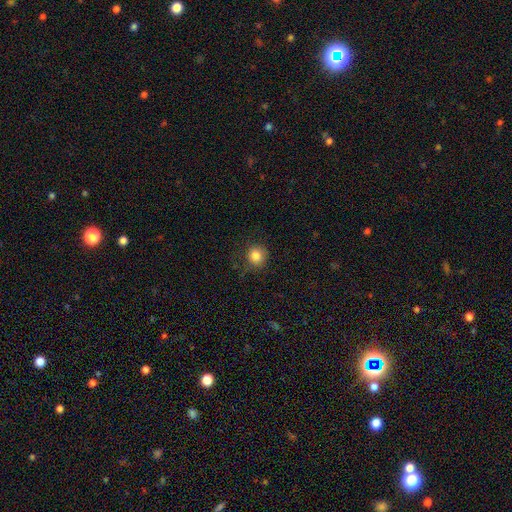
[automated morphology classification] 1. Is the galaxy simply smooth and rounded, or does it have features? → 84% smooth, 11% star or artifact, 5% featured or disk.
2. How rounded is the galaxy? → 91% round, 8% in between, 1% cigar-shaped.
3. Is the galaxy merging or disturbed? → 82% none, 13% minor disturbance, 4% major disturbance, 1% merger.